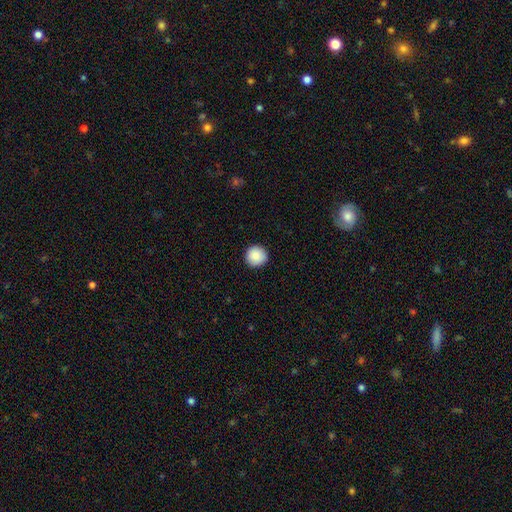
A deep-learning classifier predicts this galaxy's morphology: Smooth or featured?
  - smooth: 89% *
  - star or artifact: 8%
  - featured or disk: 3%
How rounded?
  - round: 95% *
  - in between: 4%
  - cigar-shaped: 1%
Merging?
  - none: 92% *
  - minor disturbance: 5%
  - major disturbance: 2%
  - merger: 1%